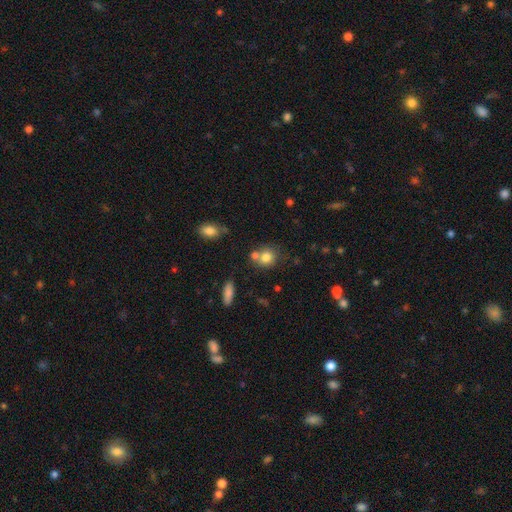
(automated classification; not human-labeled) Overall: smooth (66%). How rounded: round (77%). Merging: none (70%).